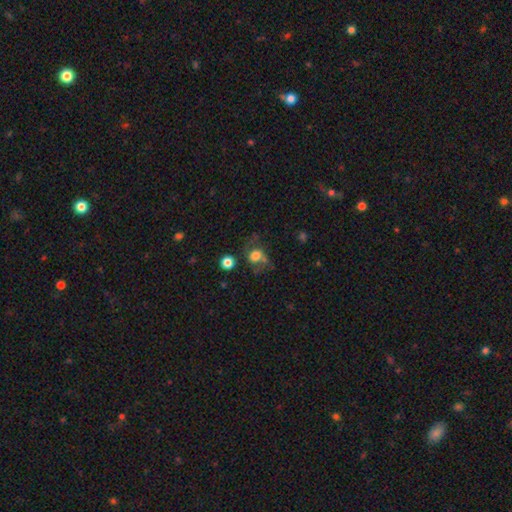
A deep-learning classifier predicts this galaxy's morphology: A smooth galaxy with no disk features (63%) that is round (70%).

Vote fractions:
- Smooth or featured? smooth: 63% / featured or disk: 25% / star or artifact: 12%
- How rounded? round: 70% / in between: 29% / cigar-shaped: 1%
- Merging? none: 44% / major disturbance: 26% / minor disturbance: 21% / merger: 9%